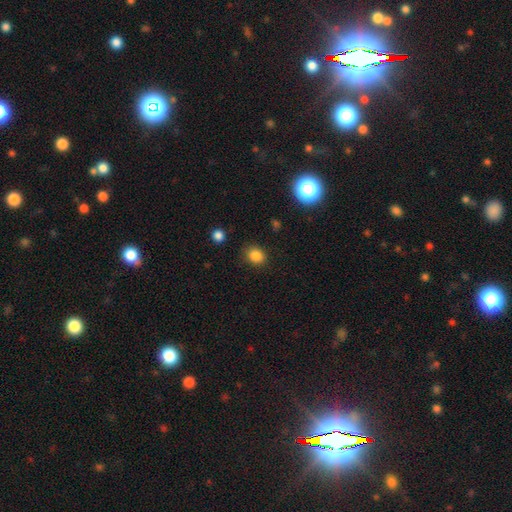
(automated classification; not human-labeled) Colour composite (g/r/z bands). It shows a smooth galaxy with no disk features (84%) that is round (68%). Merging: none (85%).